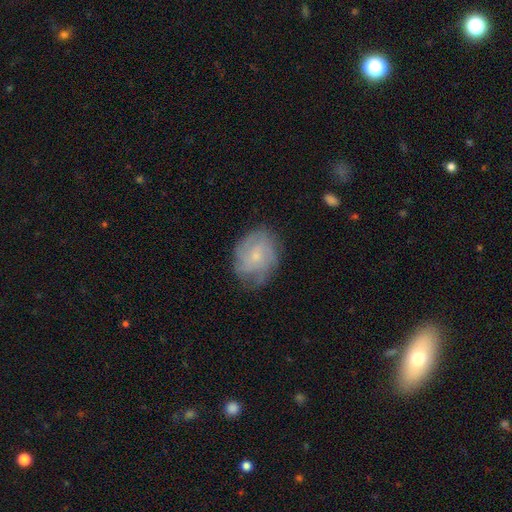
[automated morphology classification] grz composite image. It shows a featured or disk galaxy (61%) with no bar (71%), tight (49%) spiral arms (86%) and a small central bulge (72%). Merging: none (70%).